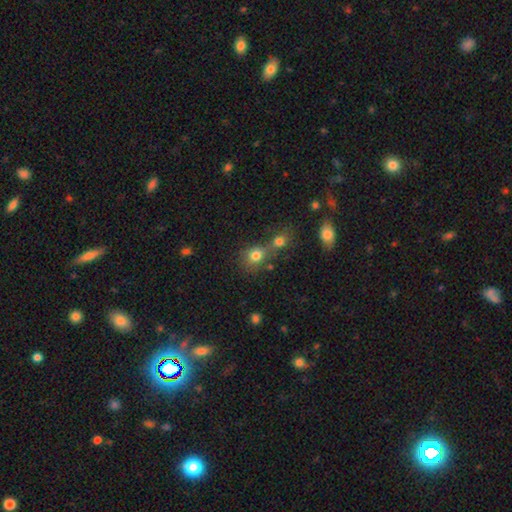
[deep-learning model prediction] This is likely a smooth galaxy (77%). How rounded: likely round (71%). Merging: possibly merger (47%).